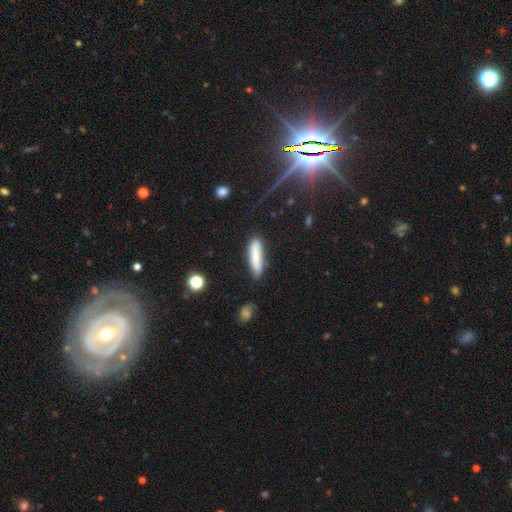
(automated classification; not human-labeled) A smooth galaxy with no disk features (76%) that is cigar-shaped (75%). Merging: none (74%).